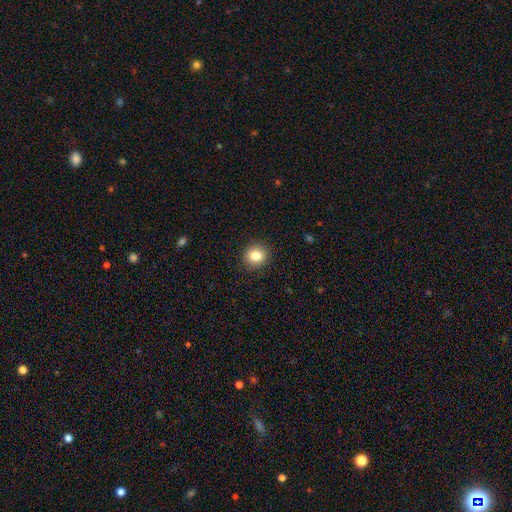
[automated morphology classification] Overall: smooth (82%). How rounded: round (84%). Merging: none (91%).